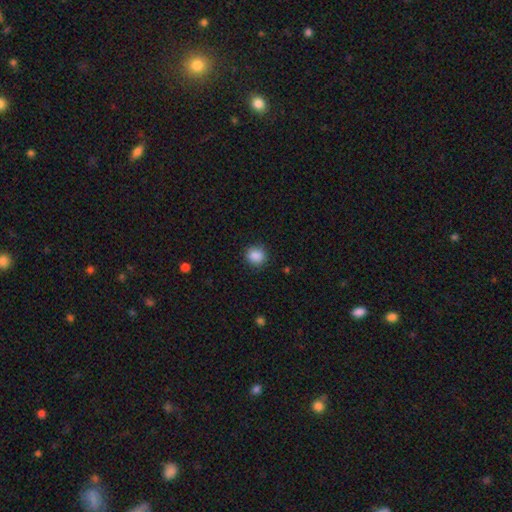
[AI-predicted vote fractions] smooth_or_featured: smooth (p=0.88) [alt: star or artifact p=0.09]
how_rounded: round (p=0.78) [alt: in between p=0.21]
merging: none (p=0.86) [alt: minor disturbance p=0.10]